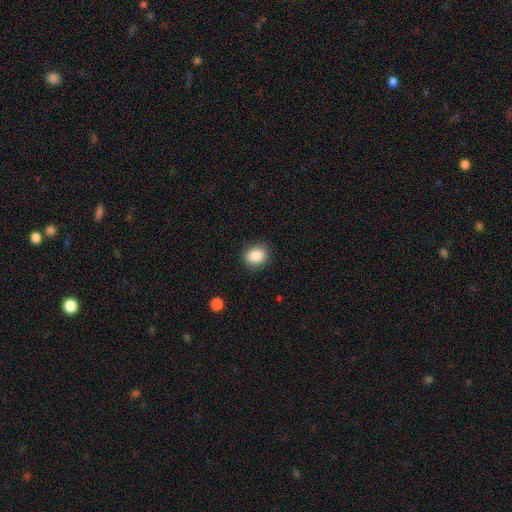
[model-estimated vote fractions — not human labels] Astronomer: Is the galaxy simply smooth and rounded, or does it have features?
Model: smooth — 86%.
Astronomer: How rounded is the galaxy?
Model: round — 68%.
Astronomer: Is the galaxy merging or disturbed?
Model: none — 86%.